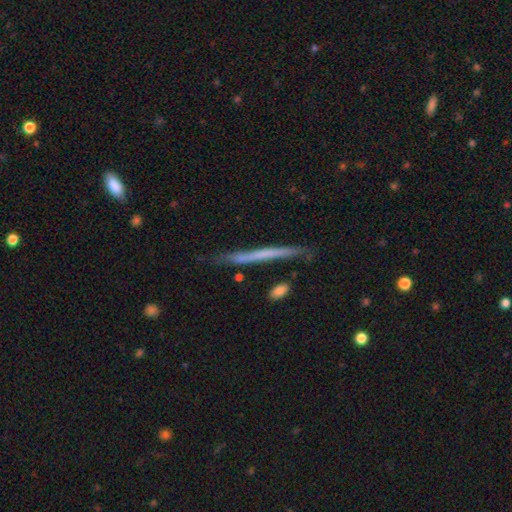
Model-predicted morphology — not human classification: type=featured or disk (52%); edge-on=yes (95%); merging=none (83%).